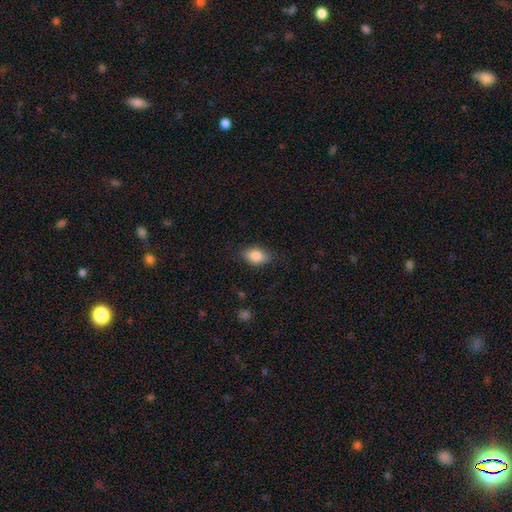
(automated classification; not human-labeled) Smooth or featured: smooth — 84% (featured or disk — 8%)
How rounded: in between — 87% (round — 10%)
Merging: none — 82% (minor disturbance — 14%)